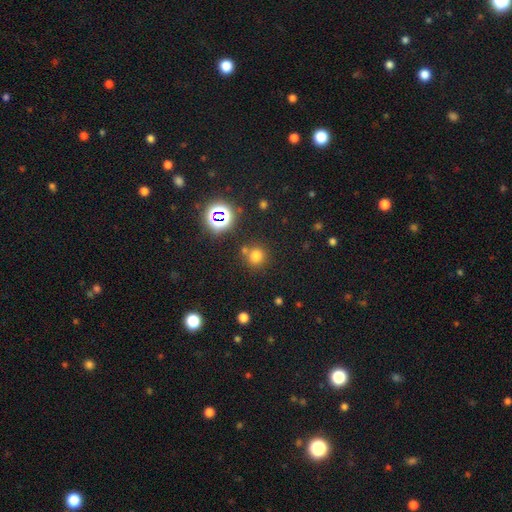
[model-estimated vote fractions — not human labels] Smooth or featured? smooth (70%)
How rounded? round (91%)
Merging? none (72%)